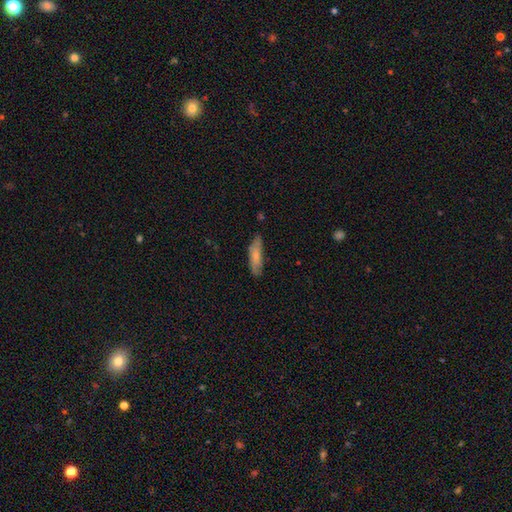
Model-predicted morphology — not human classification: smooth-or-featured: smooth: 68% | featured or disk: 26% | star or artifact: 6%
  how-rounded: cigar-shaped: 56% | in between: 43% | round: 2%
  merging: none: 72% | minor disturbance: 22% | major disturbance: 4% | merger: 2%